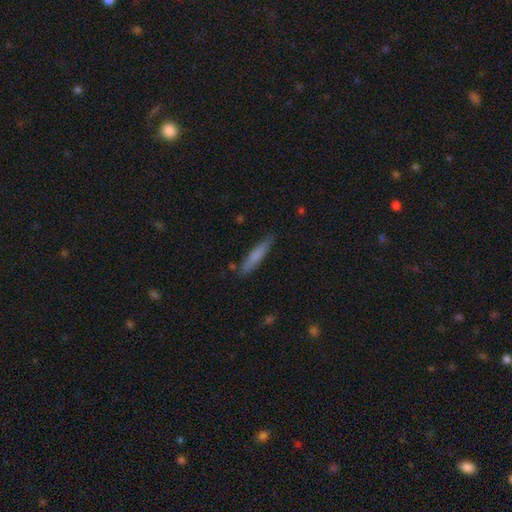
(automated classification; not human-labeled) A smooth galaxy with no disk features (73%) that is cigar-shaped (88%). Merging: none (82%).